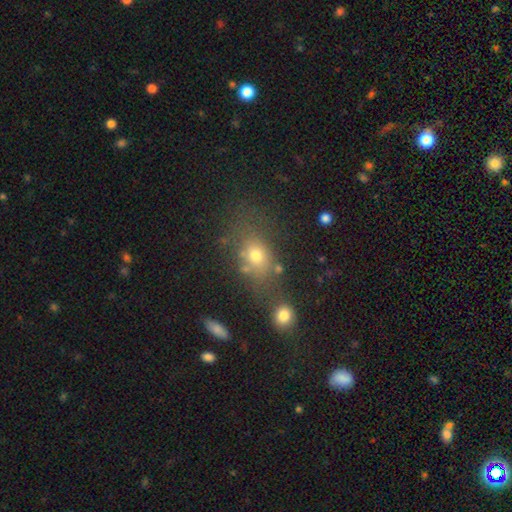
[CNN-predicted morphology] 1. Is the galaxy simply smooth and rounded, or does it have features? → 68% smooth, 17% star or artifact, 15% featured or disk.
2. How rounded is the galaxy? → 57% in between, 40% round, 3% cigar-shaped.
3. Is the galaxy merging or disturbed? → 59% none, 16% merger, 15% minor disturbance, 9% major disturbance.